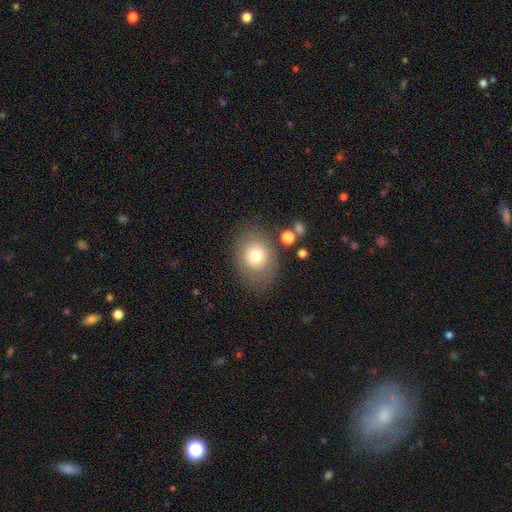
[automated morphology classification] This is likely a smooth galaxy (72%). How rounded: possibly round (50%). Merging: likely none (77%).